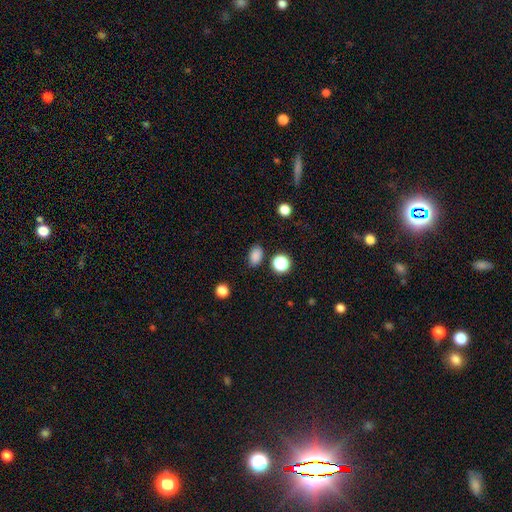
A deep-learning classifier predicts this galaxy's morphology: A smooth galaxy with no disk features (83%) that is in between round and cigar-shaped (82%). Merging: none (83%).